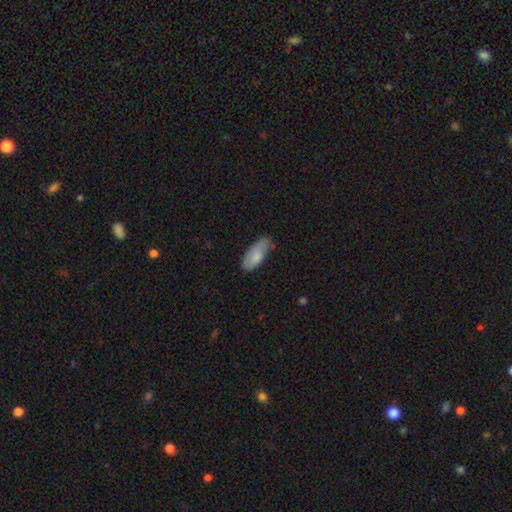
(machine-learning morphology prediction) type=smooth (80%); roundness=in between (83%); merging=none (62%).